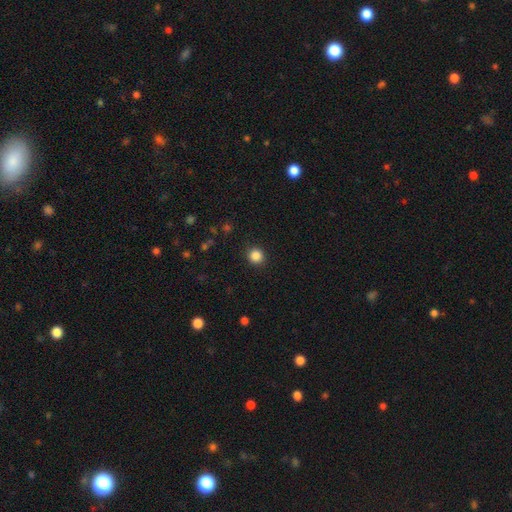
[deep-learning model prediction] A smooth galaxy with no disk features (86%) that is round (90%). Merging: none (91%).